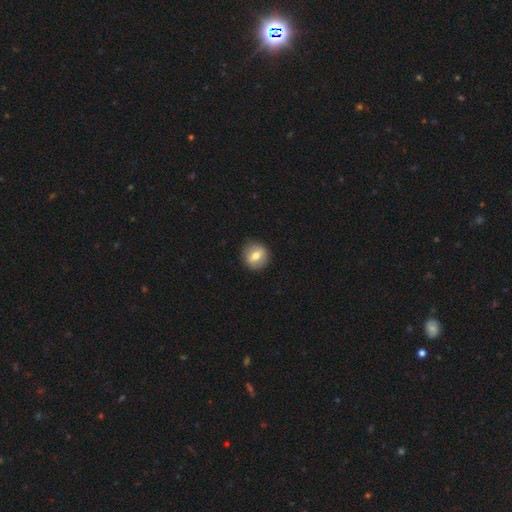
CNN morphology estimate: Smooth or featured?
  - smooth: 62% *
  - featured or disk: 29%
  - star or artifact: 8%
How rounded?
  - round: 84% *
  - in between: 15%
  - cigar-shaped: 1%
Merging?
  - none: 89% *
  - minor disturbance: 7%
  - major disturbance: 2%
  - merger: 1%